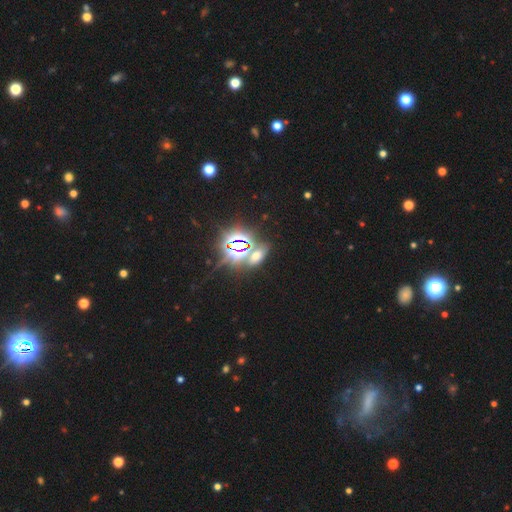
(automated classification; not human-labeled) Overall: star or artifact (58%; smooth 33%).